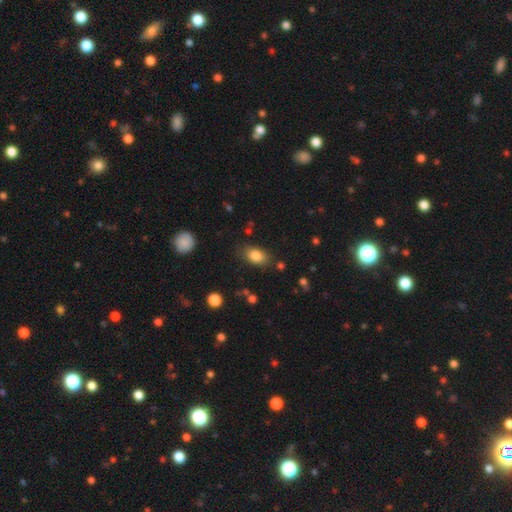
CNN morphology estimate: Smooth or featured?
  - smooth: 83% *
  - star or artifact: 9%
  - featured or disk: 8%
How rounded?
  - in between: 86% *
  - round: 11%
  - cigar-shaped: 3%
Merging?
  - none: 79% *
  - minor disturbance: 14%
  - major disturbance: 4%
  - merger: 3%